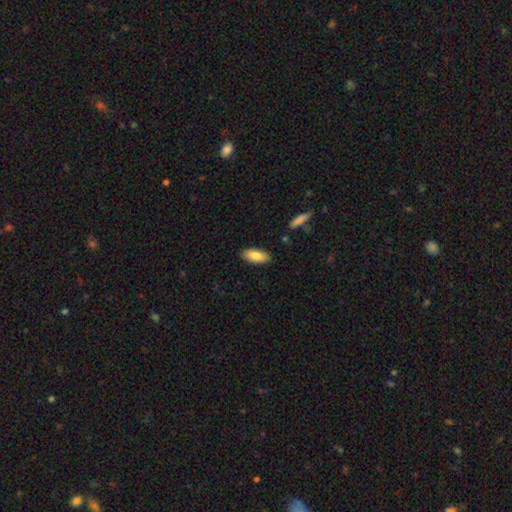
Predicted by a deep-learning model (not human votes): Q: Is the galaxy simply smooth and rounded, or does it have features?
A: smooth — 82%.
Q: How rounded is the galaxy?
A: in between — 81%.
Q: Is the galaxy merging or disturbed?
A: none — 87%.